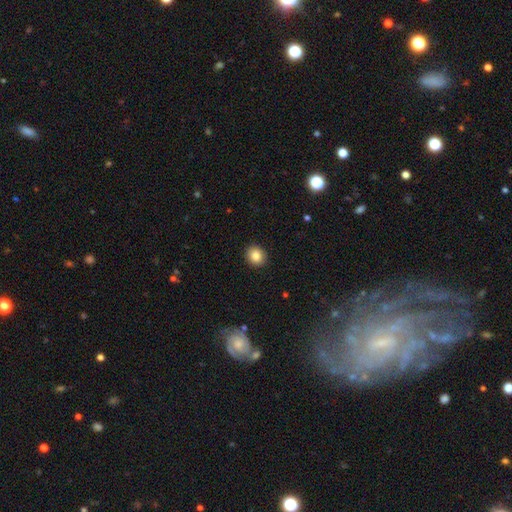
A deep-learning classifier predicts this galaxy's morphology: The model was most divided on "how rounded": round: 78%, in between: 21%, cigar-shaped: 1%. More confident: merging — none (92%); smooth or featured — smooth (85%).